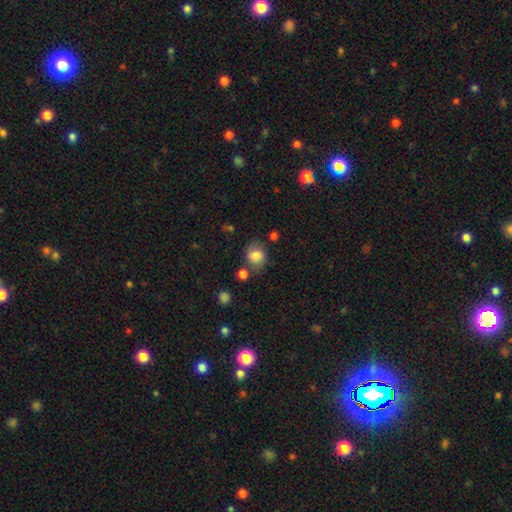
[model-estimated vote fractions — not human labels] smooth-or-featured: smooth: 81% | star or artifact: 10% | featured or disk: 9%
  how-rounded: round: 67% | in between: 32% | cigar-shaped: 1%
  merging: none: 70% | minor disturbance: 16% | merger: 9% | major disturbance: 5%